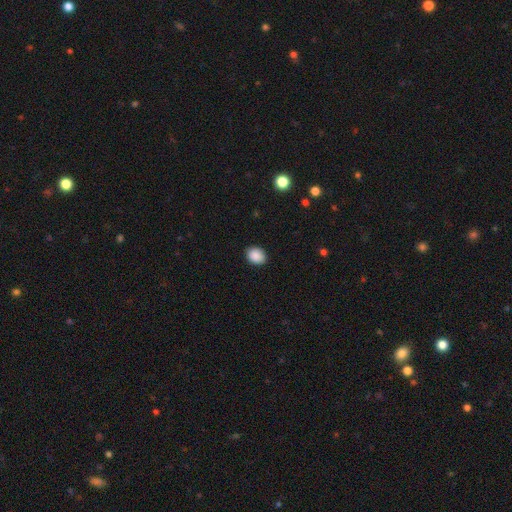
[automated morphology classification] This is clearly a smooth galaxy (90%). How rounded: possibly round (51%). Merging: clearly none (90%).